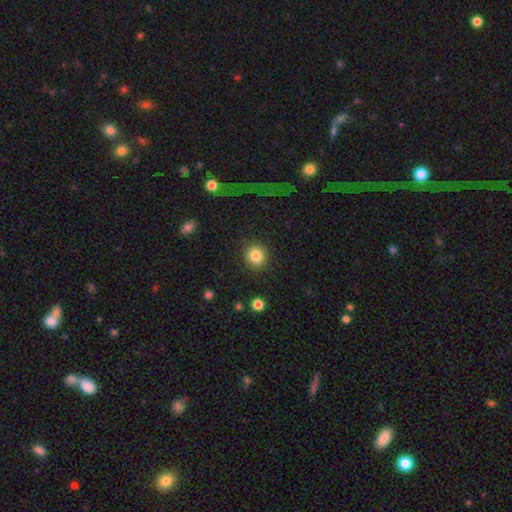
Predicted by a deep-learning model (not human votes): Overall: smooth (85%). How rounded: round (87%). Merging: none (88%).